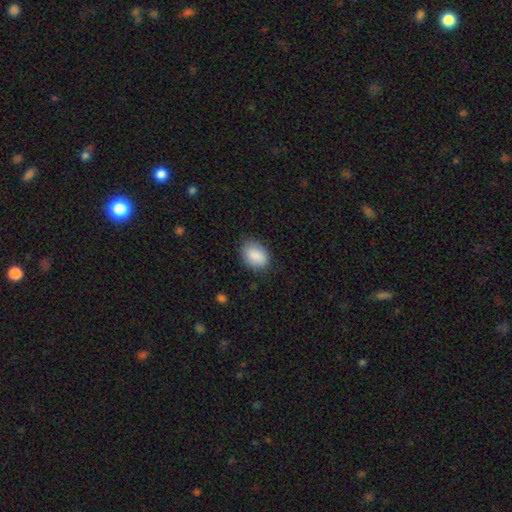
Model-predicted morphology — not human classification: type=smooth (88%); roundness=in between (81%); merging=none (78%).